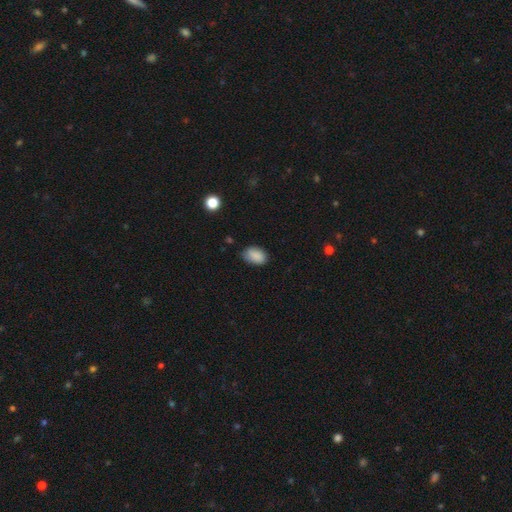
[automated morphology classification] Smooth or featured? Predicted: smooth (p=0.87). How rounded? Predicted: in between (p=0.86). Merging? Predicted: none (p=0.70).